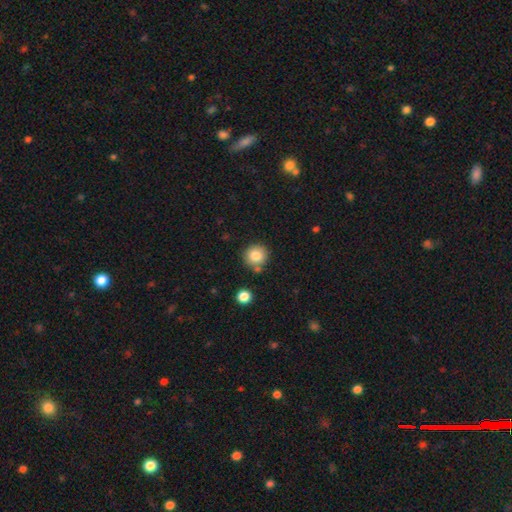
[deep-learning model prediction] Smooth or featured? smooth (81%)
How rounded? round (92%)
Merging? none (78%)